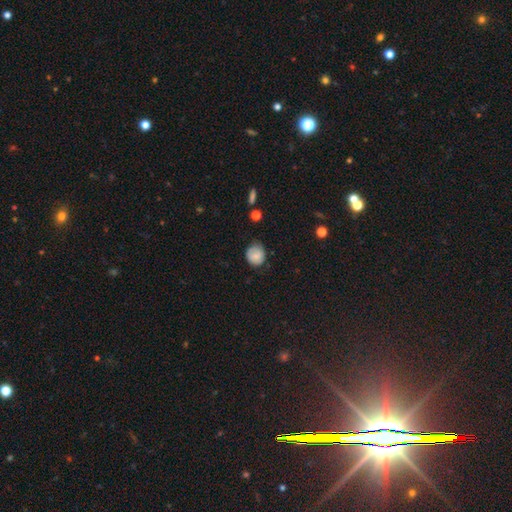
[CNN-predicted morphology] Smooth or featured?
  - smooth: 78% *
  - featured or disk: 13%
  - star or artifact: 9%
How rounded?
  - round: 79% *
  - in between: 20%
  - cigar-shaped: 1%
Merging?
  - none: 66% *
  - minor disturbance: 27%
  - major disturbance: 6%
  - merger: 2%